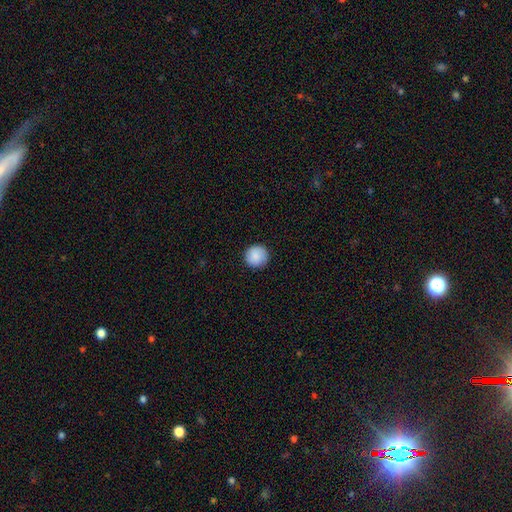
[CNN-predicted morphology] Smooth or featured? Predicted: smooth (p=0.88). How rounded? Predicted: round (p=0.95). Merging? Predicted: none (p=0.91).